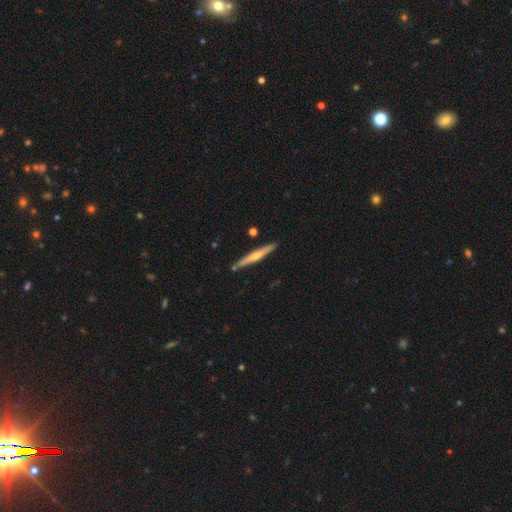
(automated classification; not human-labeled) A featured or disk galaxy (67%) viewed edge-on (98%) with a rounded central bulge (78%).

Vote fractions:
- Smooth or featured? featured or disk: 67% / smooth: 28% / star or artifact: 6%
- Edge-on disk? yes: 98% / no: 2%
- Edge-on bulge? rounded: 78% / none: 16% / boxy: 6%
- Merging? none: 89% / minor disturbance: 8% / merger: 2% / major disturbance: 1%